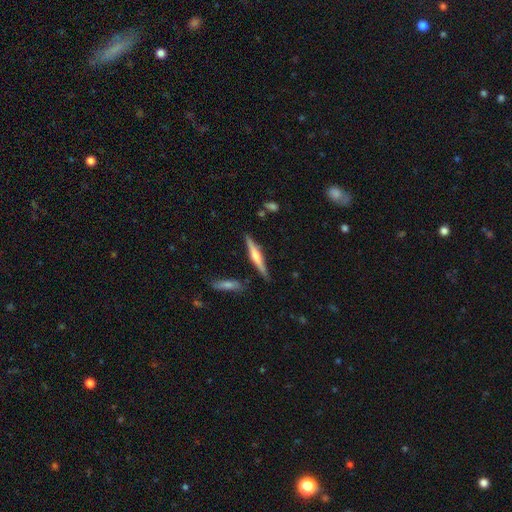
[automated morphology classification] smooth-or-featured: featured or disk: 62% | smooth: 32% | star or artifact: 6%
  disk-edge-on: yes: 97% | no: 3%
    edge-on-bulge: rounded: 77% | boxy: 13% | none: 9%
  merging: none: 86% | minor disturbance: 9% | merger: 3% | major disturbance: 2%